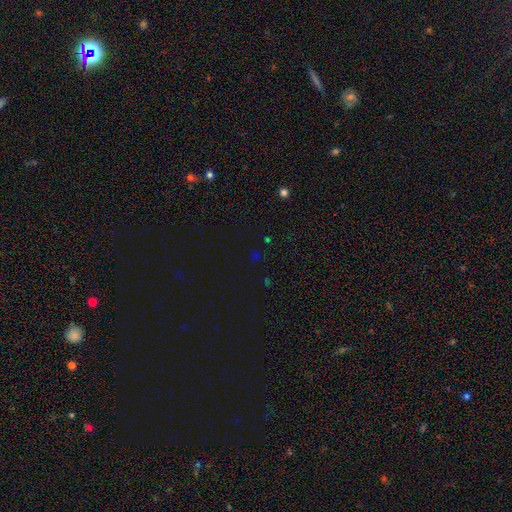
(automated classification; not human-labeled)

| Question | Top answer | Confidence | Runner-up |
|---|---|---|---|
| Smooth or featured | star or artifact | 61% | smooth (32%) |